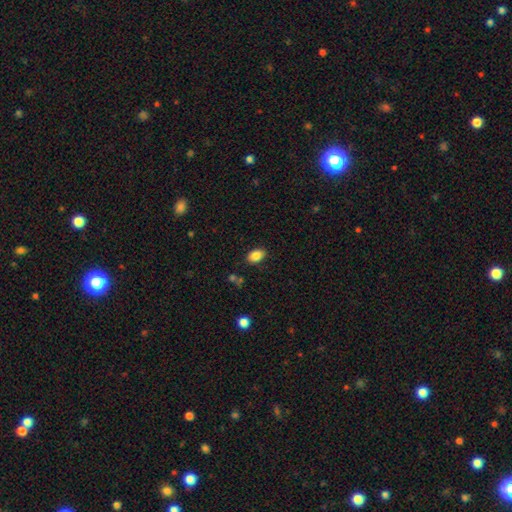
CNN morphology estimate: A smooth galaxy with no disk features (86%) that is in between round and cigar-shaped (87%). Merging: none (85%).